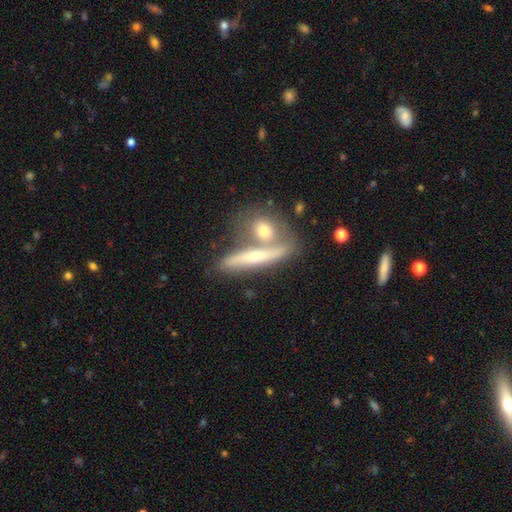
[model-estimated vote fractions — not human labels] smooth-or-featured: featured or disk: 54% | smooth: 39% | star or artifact: 7%
  disk-edge-on: yes: 82% | no: 18%
  merging: none: 52% | merger: 33% | minor disturbance: 11% | major disturbance: 4%